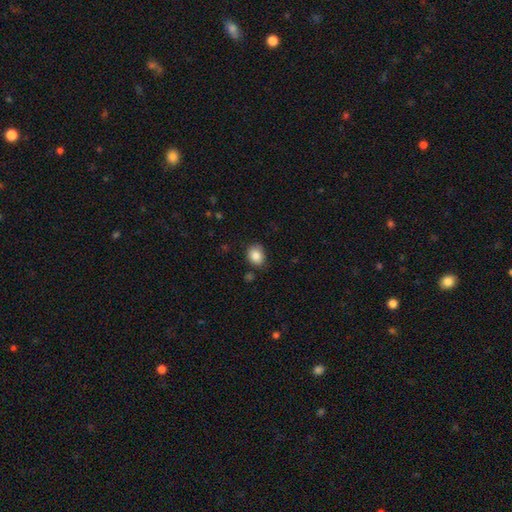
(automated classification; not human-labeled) smooth-or-featured: smooth: 85% | star or artifact: 9% | featured or disk: 6%
  how-rounded: round: 52% | in between: 47% | cigar-shaped: 1%
  merging: none: 76% | minor disturbance: 18% | major disturbance: 4% | merger: 2%